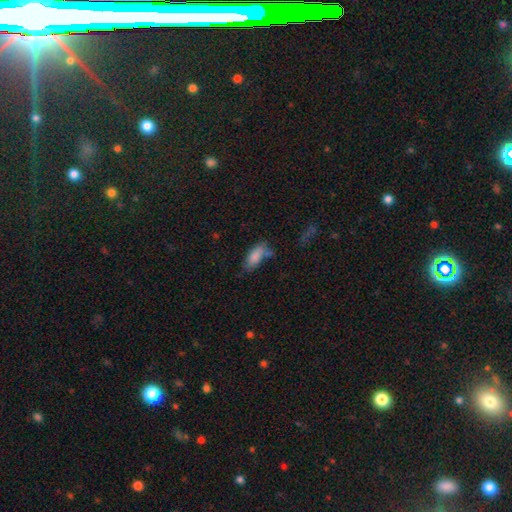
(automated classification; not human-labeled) Smooth or featured: smooth — 83% (featured or disk — 9%)
How rounded: in between — 80% (cigar-shaped — 18%)
Merging: none — 51% (minor disturbance — 26%)